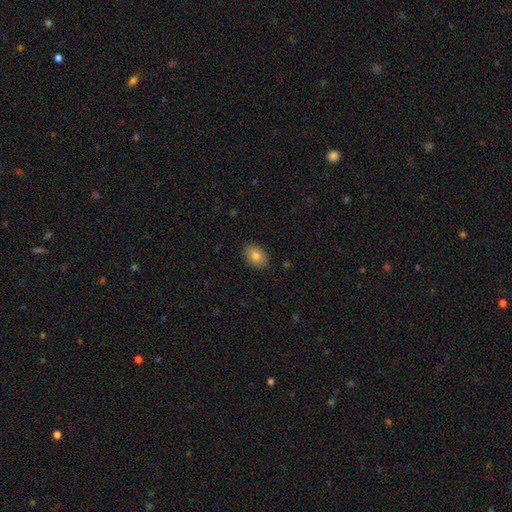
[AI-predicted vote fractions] This is clearly a smooth galaxy (81%). How rounded: likely in between (78%). Merging: clearly none (88%).